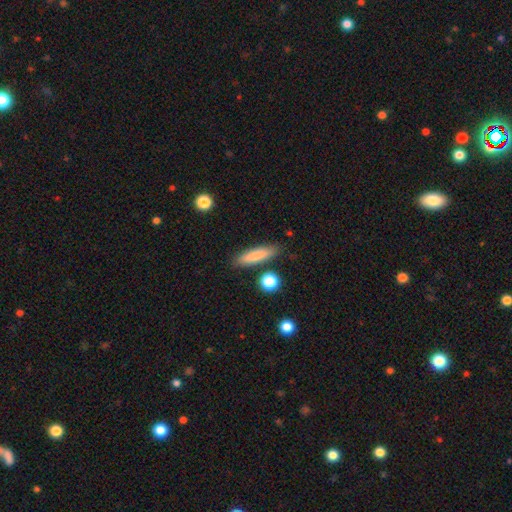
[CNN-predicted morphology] Smooth or featured?
  - smooth: 81% *
  - featured or disk: 12%
  - star or artifact: 7%
How rounded?
  - cigar-shaped: 75% *
  - in between: 23%
  - round: 2%
Merging?
  - none: 85% *
  - minor disturbance: 9%
  - merger: 3%
  - major disturbance: 2%